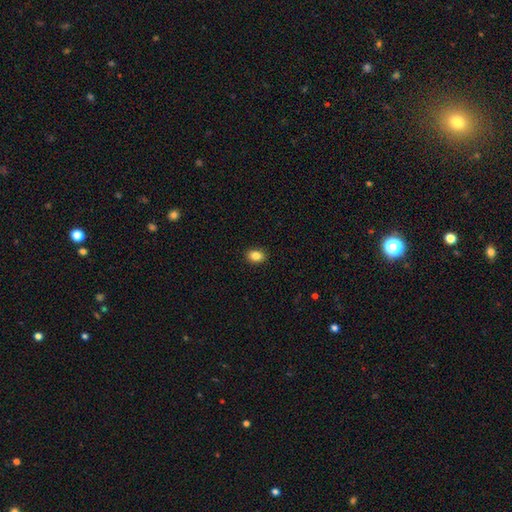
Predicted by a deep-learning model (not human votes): Morphology: type=smooth (85%); roundness=in between (73%); merging=none (91%).